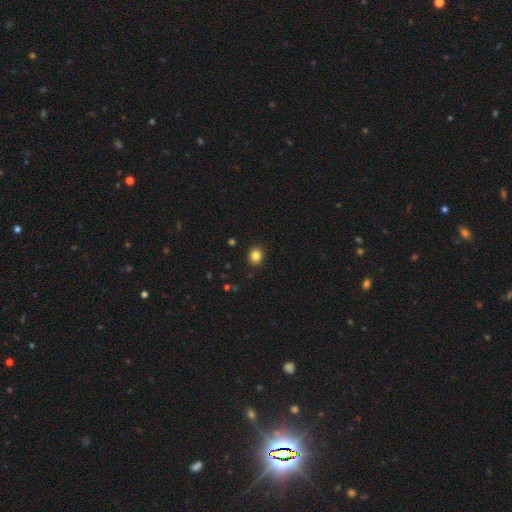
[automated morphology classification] type=smooth (84%); roundness=round (71%); merging=none (91%).